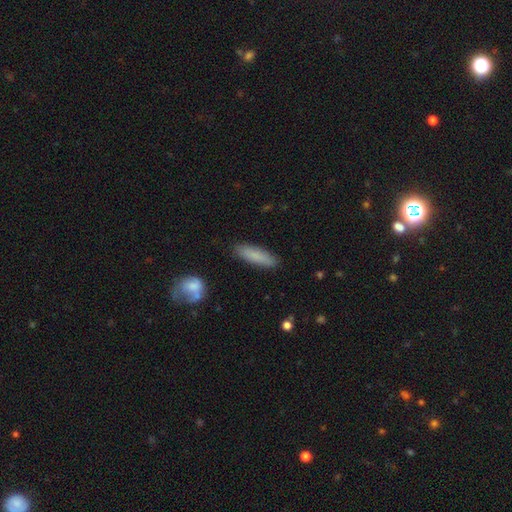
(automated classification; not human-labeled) The model was most divided on "how rounded": cigar-shaped: 72%, in between: 26%, round: 2%. More confident: merging — none (88%); smooth or featured — smooth (83%).